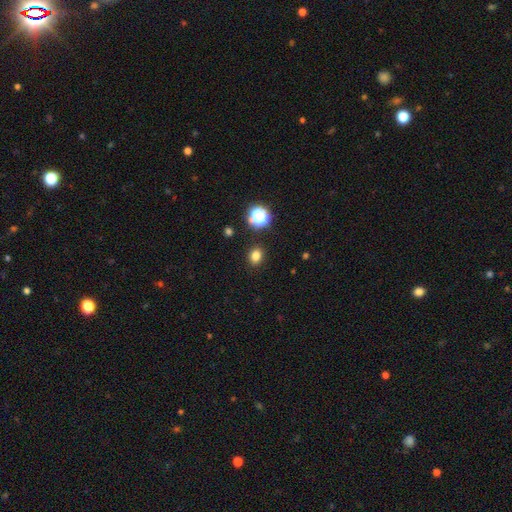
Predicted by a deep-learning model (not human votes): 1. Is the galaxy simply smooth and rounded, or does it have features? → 79% smooth, 17% star or artifact, 5% featured or disk.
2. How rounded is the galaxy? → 57% round, 42% in between, 1% cigar-shaped.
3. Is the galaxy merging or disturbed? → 89% none, 7% minor disturbance, 2% major disturbance, 2% merger.